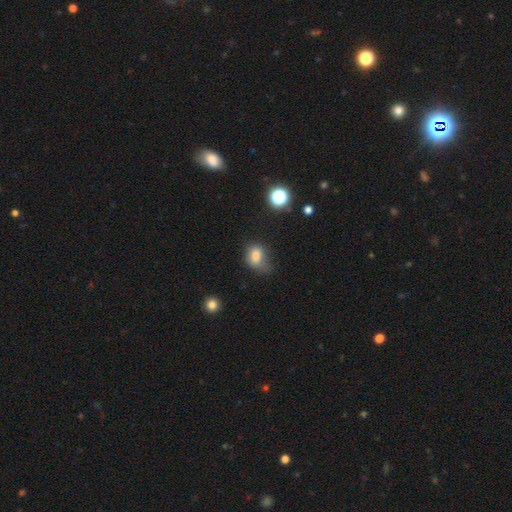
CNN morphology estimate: Smooth or featured?
  - smooth: 80% *
  - star or artifact: 12%
  - featured or disk: 9%
How rounded?
  - in between: 67% *
  - round: 31%
  - cigar-shaped: 1%
Merging?
  - none: 39% *
  - minor disturbance: 37%
  - major disturbance: 20%
  - merger: 4%